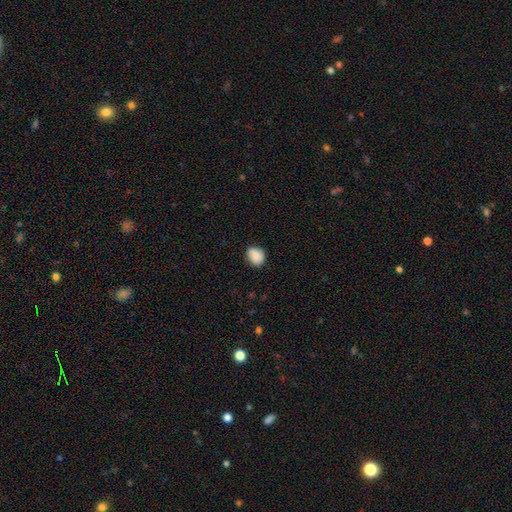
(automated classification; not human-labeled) Smooth or featured? smooth (87%)
How rounded? round (53%)
Merging? none (76%)